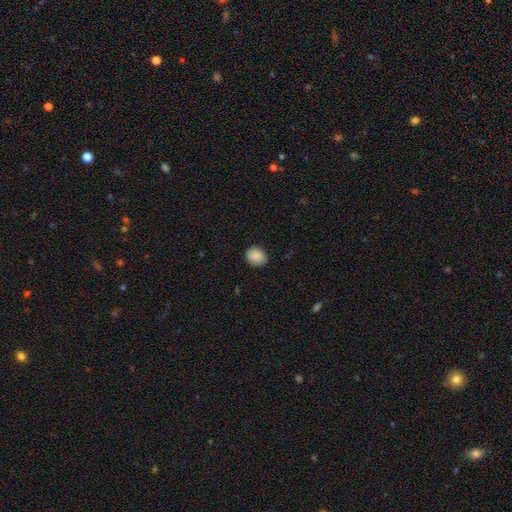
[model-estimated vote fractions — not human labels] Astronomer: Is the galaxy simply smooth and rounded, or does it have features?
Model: smooth — 87%.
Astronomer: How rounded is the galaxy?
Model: round — 67%.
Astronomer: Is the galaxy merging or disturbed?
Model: none — 88%.